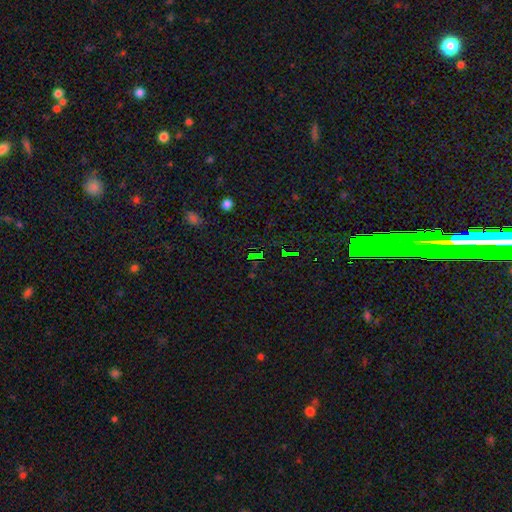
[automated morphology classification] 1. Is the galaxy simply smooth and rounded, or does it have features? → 73% star or artifact, 17% smooth, 10% featured or disk.